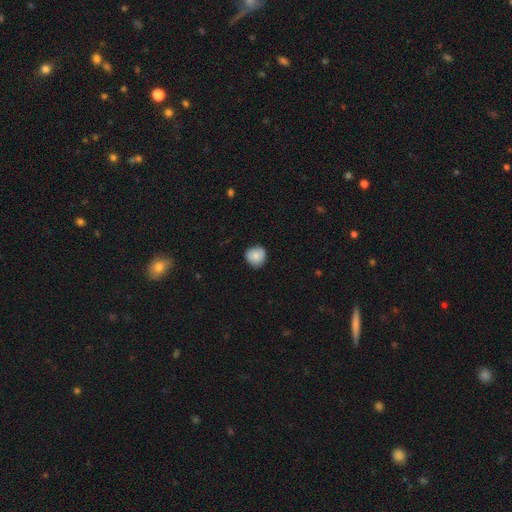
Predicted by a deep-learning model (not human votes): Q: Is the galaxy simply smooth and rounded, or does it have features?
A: smooth — 83%.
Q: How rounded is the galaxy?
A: round — 88%.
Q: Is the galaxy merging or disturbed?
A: none — 79%.